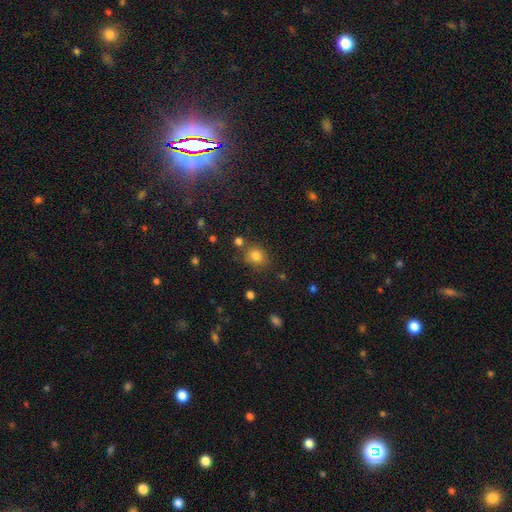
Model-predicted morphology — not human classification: Smooth or featured? Predicted: smooth (p=0.80). How rounded? Predicted: round (p=0.72). Merging? Predicted: none (p=0.75).